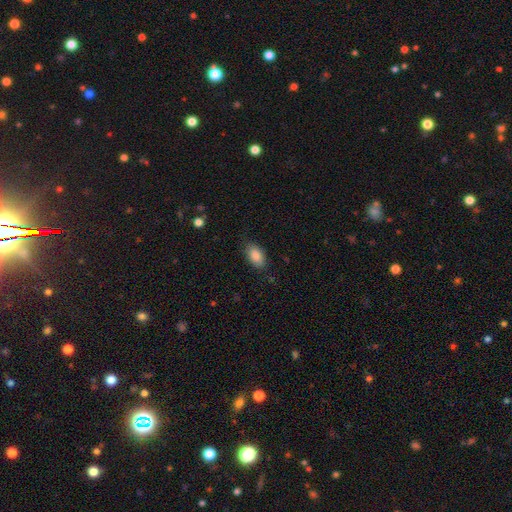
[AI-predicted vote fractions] This appears to be a smooth galaxy with no disk features (88%) that is in between round and cigar-shaped (92%). Merging: none (82%).